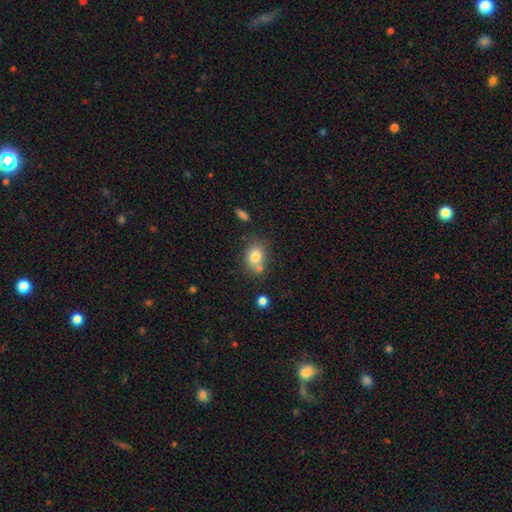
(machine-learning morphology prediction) Smooth or featured: smooth — 79% (featured or disk — 12%)
How rounded: in between — 62% (round — 36%)
Merging: none — 60% (merger — 20%)